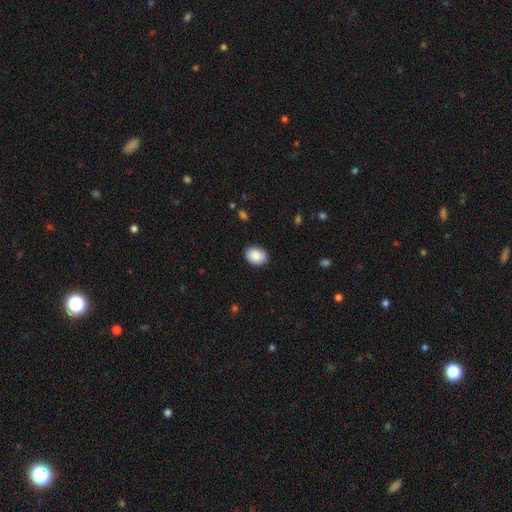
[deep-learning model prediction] Overall: smooth (89%). How rounded: in between (64%; round 35%). Merging: none (89%).